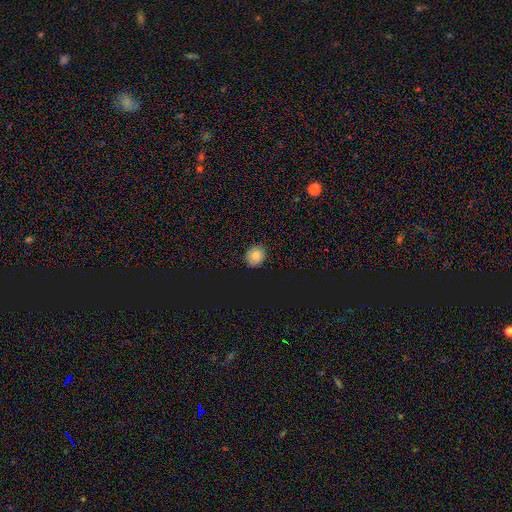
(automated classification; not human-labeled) A smooth galaxy with no disk features (79%) that is round (80%).

Vote fractions:
- Smooth or featured? smooth: 79% / star or artifact: 15% / featured or disk: 6%
- How rounded? round: 80% / in between: 19% / cigar-shaped: 1%
- Merging? none: 89% / minor disturbance: 8% / major disturbance: 2% / merger: 1%